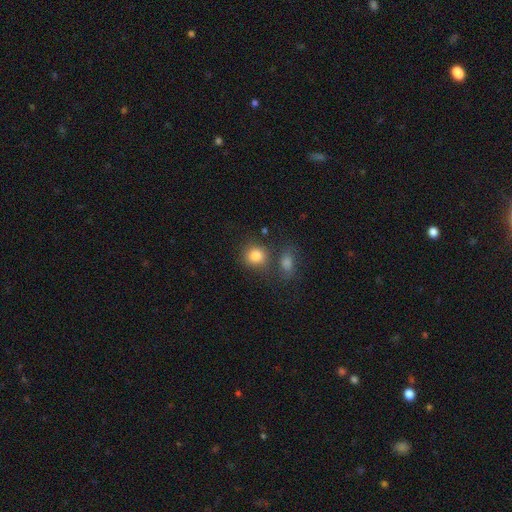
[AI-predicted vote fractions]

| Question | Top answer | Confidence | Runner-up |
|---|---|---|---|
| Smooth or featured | smooth | 83% | star or artifact (10%) |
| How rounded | round | 80% | in between (19%) |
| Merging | none | 62% | merger (21%) |